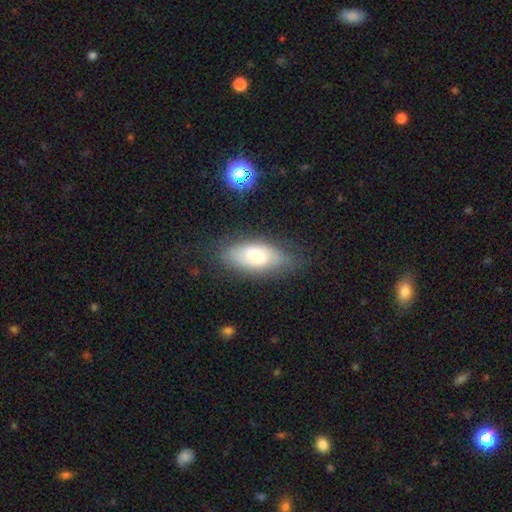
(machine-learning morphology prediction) smooth_or_featured: smooth (p=0.67) [alt: featured or disk p=0.24]
how_rounded: in between (p=0.88) [alt: cigar-shaped p=0.09]
merging: none (p=0.70) [alt: minor disturbance p=0.22]